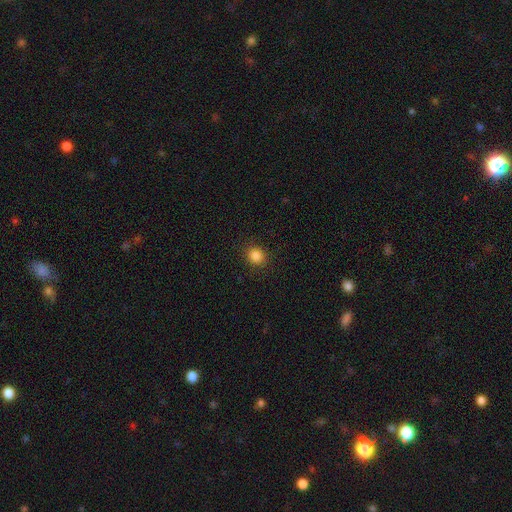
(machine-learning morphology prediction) The model was most divided on "how rounded": round: 79%, in between: 20%, cigar-shaped: 1%. More confident: merging — none (89%); smooth or featured — smooth (85%).